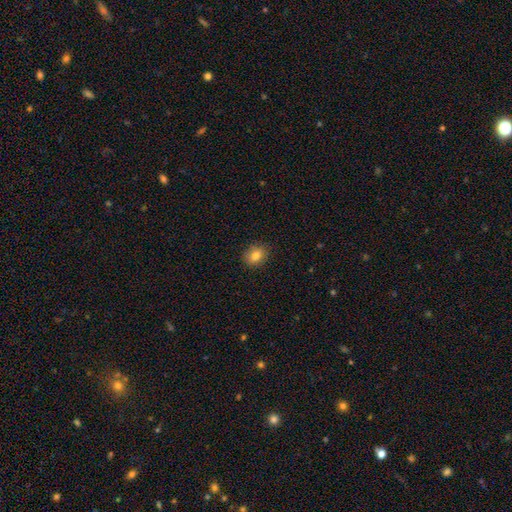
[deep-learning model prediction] Smooth or featured? Predicted: smooth (p=0.83). How rounded? Predicted: round (p=0.51). Merging? Predicted: none (p=0.88).